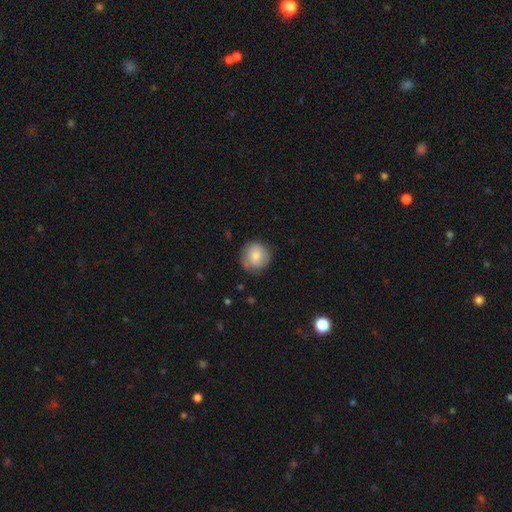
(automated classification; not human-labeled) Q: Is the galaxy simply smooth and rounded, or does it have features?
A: smooth — 79%.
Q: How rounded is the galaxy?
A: round — 92%.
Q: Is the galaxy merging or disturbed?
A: none — 79%.